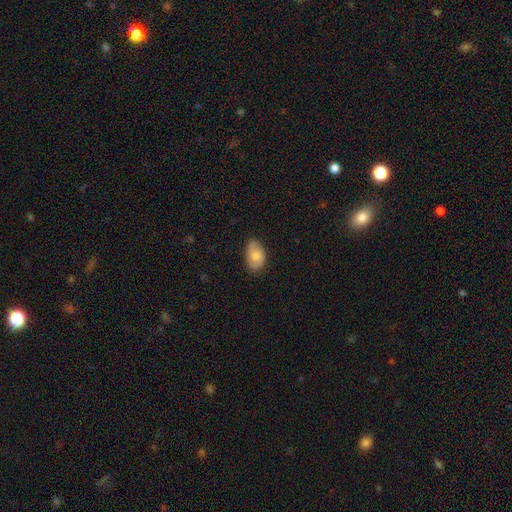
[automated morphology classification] Smooth or featured?
  - smooth: 77% *
  - featured or disk: 16%
  - star or artifact: 7%
How rounded?
  - in between: 92% *
  - round: 7%
  - cigar-shaped: 1%
Merging?
  - none: 75% *
  - minor disturbance: 21%
  - major disturbance: 3%
  - merger: 1%